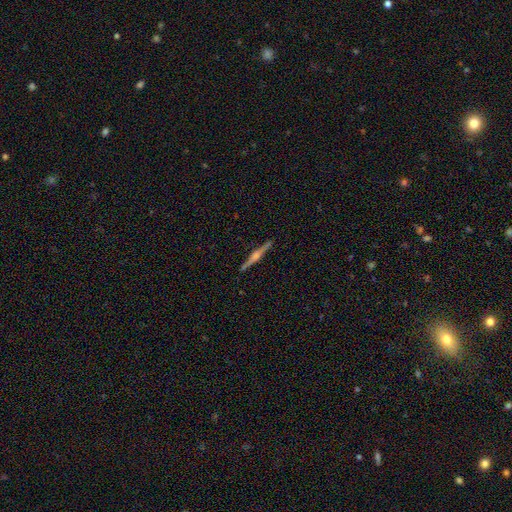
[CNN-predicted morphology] featured or disk 80%, smooth 14%, star or artifact 6%. Down the decision tree: edge-on disk — yes (99%); edge-on bulge — rounded (84%); merging — none (92%).